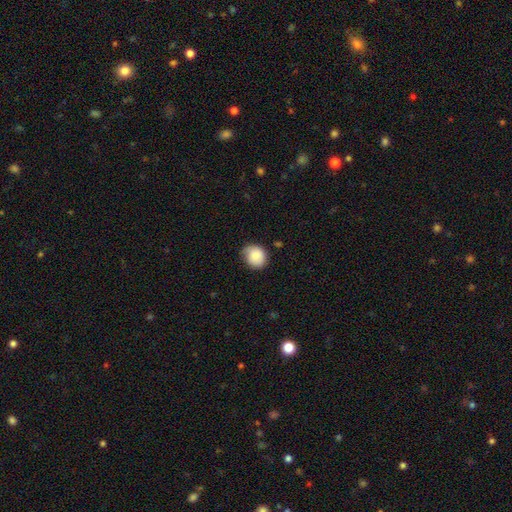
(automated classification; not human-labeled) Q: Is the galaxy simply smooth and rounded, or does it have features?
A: smooth — 82%.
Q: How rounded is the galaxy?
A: round — 73%.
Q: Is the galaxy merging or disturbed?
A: none — 66%.